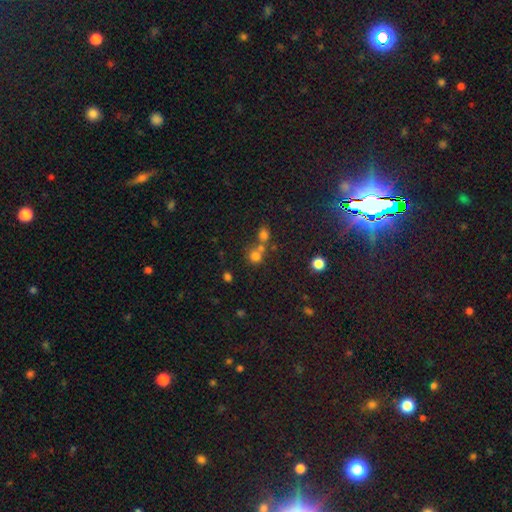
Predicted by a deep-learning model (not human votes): Smooth or featured? Predicted: smooth (p=0.71). How rounded? Predicted: round (p=0.86). Merging? Predicted: none (p=0.47).